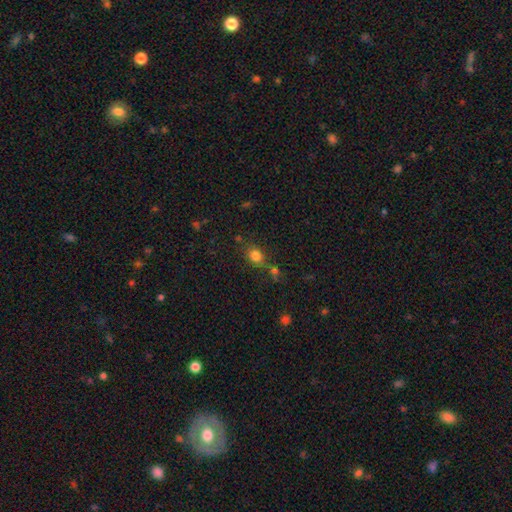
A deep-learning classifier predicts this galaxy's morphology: Smooth or featured: smooth — 79% (star or artifact — 14%)
How rounded: round — 61% (in between — 37%)
Merging: none — 61% (merger — 19%)